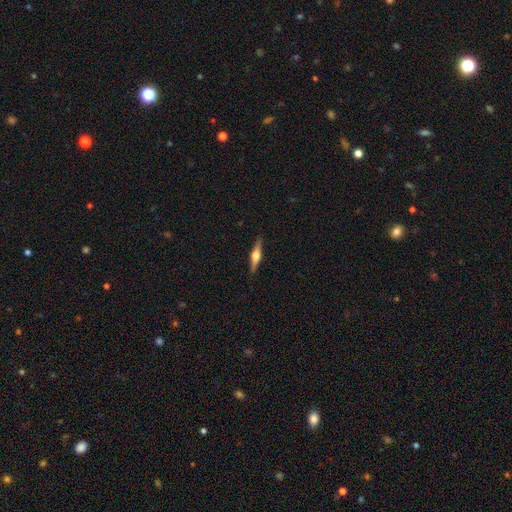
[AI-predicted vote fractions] This is likely a featured or disk galaxy (72%). It is clearly viewed edge-on (98%). Edge-on bulge: clearly rounded (93%). Merging: clearly none (90%).